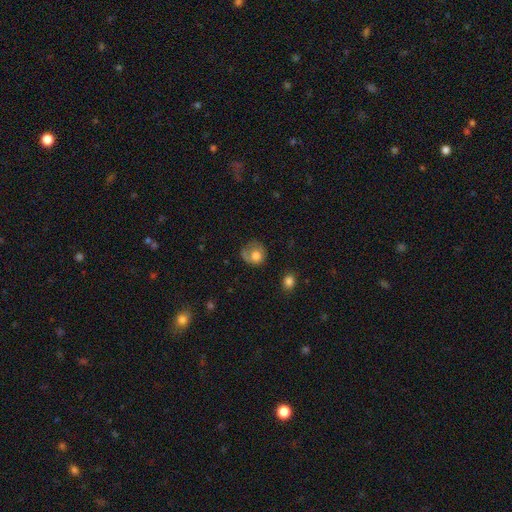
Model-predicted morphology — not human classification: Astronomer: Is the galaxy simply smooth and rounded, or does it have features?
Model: smooth — 68%.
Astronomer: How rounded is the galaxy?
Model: round — 81%.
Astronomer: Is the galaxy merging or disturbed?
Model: none — 47% (runner-up: minor disturbance, 27%).